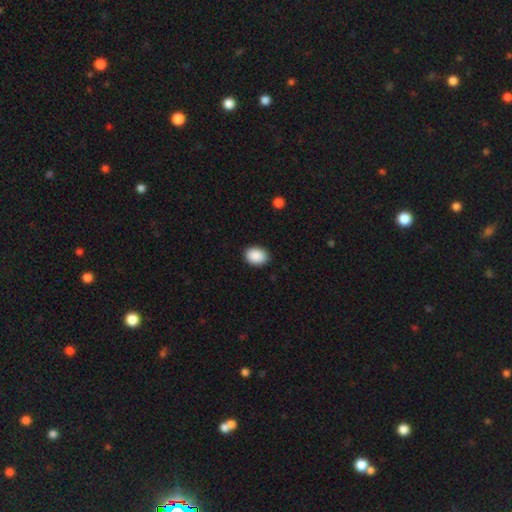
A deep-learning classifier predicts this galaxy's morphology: Smooth or featured? smooth (90%)
How rounded? in between (67%)
Merging? none (89%)